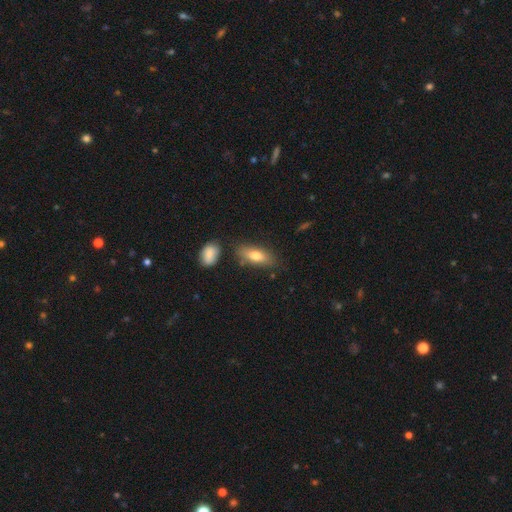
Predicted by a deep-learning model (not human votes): smooth_or_featured: smooth (p=0.72) [alt: featured or disk p=0.21]
how_rounded: in between (p=0.71) [alt: cigar-shaped p=0.26]
merging: none (p=0.75) [alt: minor disturbance p=0.15]